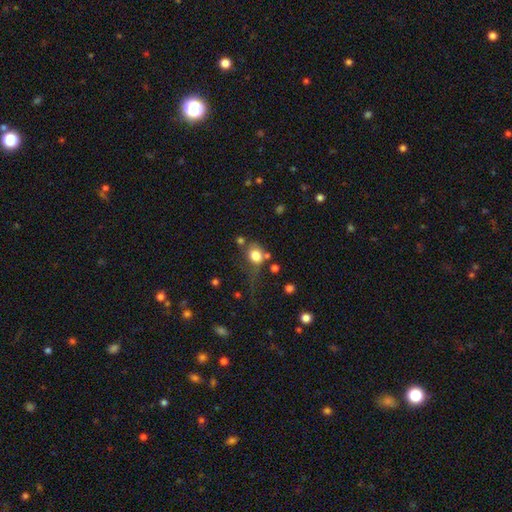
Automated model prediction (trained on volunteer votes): Smooth or featured? Predicted: smooth (p=0.79). How rounded? Predicted: round (p=0.56). Merging? Predicted: none (p=0.42).